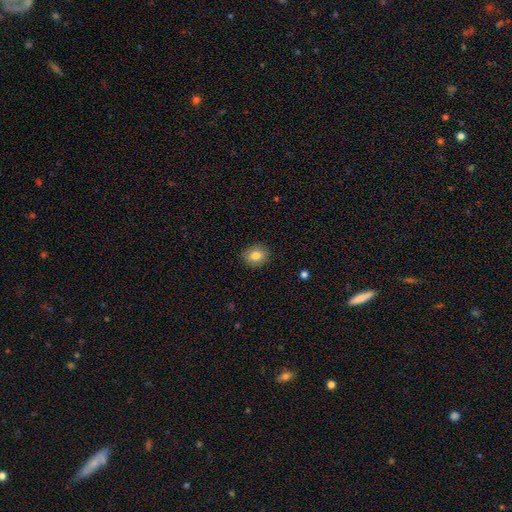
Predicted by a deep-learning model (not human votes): A smooth galaxy with no disk features (81%) that is round (62%). Merging: none (89%).